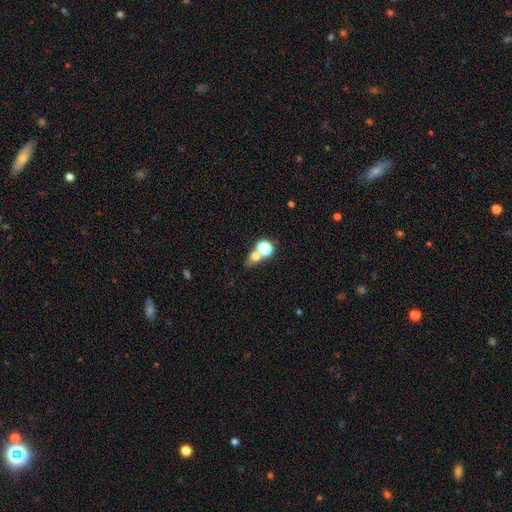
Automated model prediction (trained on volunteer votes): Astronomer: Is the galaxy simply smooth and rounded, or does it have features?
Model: smooth — 60%.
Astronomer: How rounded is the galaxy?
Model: round — 58% (runner-up: in between, 38%).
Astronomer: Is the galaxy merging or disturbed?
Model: none — 45% (runner-up: merger, 40%).